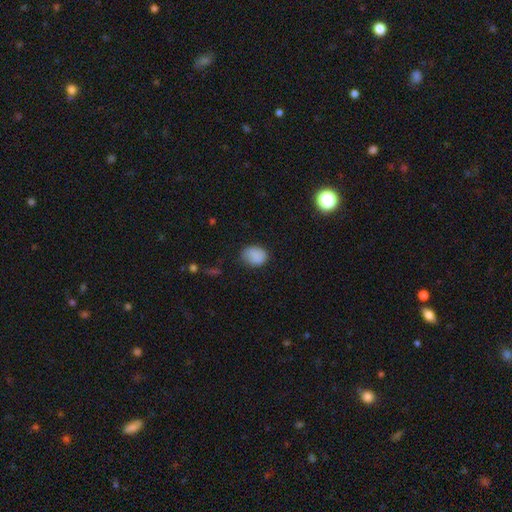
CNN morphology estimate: This appears to be a smooth galaxy with no disk features (85%) that is in between round and cigar-shaped (55%). Merging: none (73%).